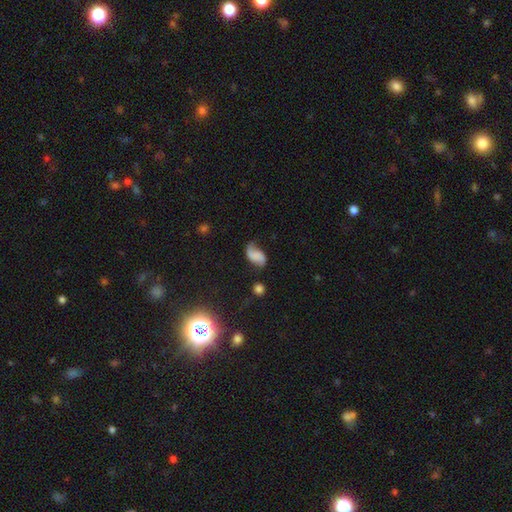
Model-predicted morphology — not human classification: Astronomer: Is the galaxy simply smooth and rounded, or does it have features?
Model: smooth — 47% (runner-up: featured or disk, 41%).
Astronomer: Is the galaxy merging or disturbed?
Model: none — 52% (runner-up: minor disturbance, 30%).